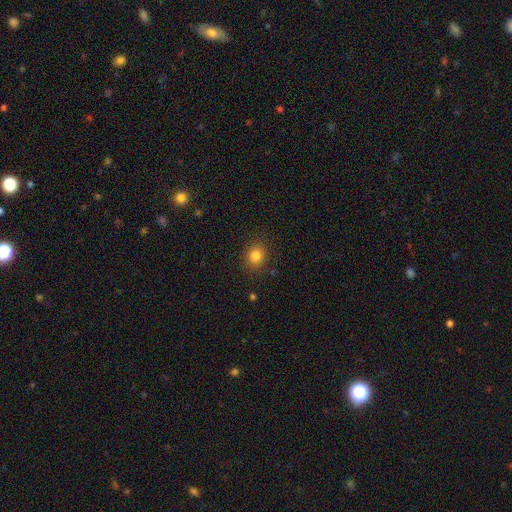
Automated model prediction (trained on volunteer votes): smooth 82%, star or artifact 12%, featured or disk 6%. Down the decision tree: how rounded — round (74%); merging — none (88%).